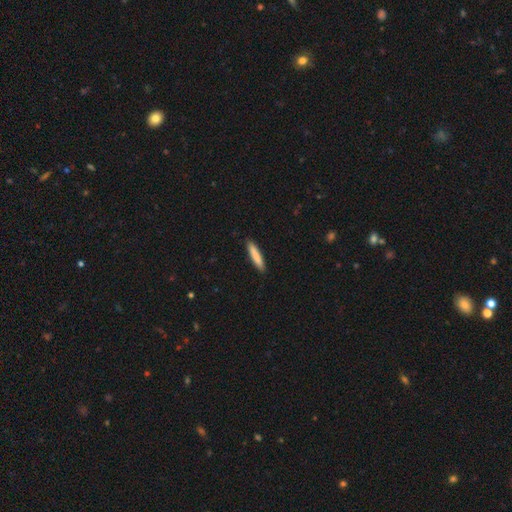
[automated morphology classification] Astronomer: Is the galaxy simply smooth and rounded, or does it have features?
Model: smooth — 84%.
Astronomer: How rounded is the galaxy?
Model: cigar-shaped — 91%.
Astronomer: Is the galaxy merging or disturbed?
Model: none — 91%.